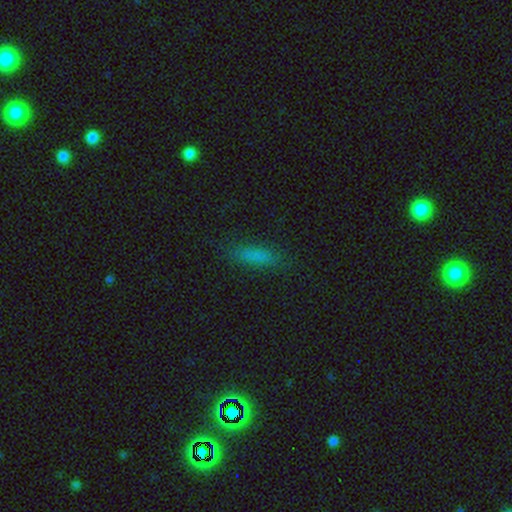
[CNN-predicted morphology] The model was most divided on "how rounded": cigar-shaped: 58%, in between: 40%, round: 3%. More confident: merging — none (83%); smooth or featured — smooth (79%).